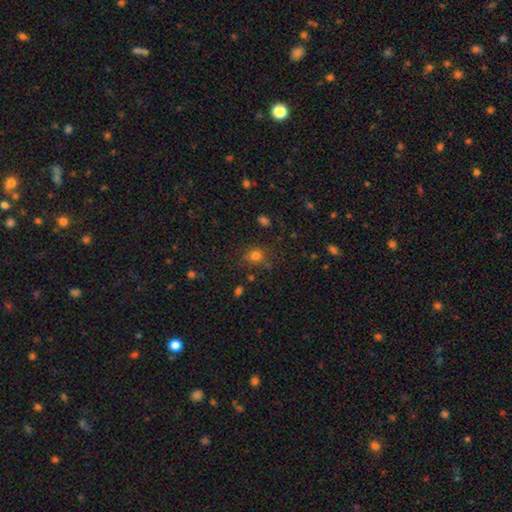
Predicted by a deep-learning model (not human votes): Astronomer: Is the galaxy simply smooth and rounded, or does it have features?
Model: smooth — 75%.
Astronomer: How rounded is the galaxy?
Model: round — 76%.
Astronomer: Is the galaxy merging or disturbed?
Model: none — 73%.